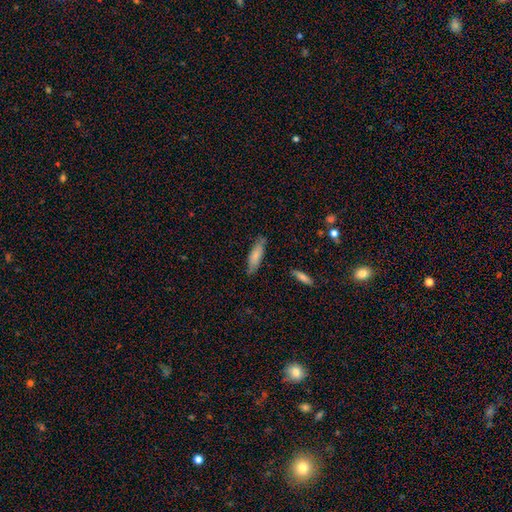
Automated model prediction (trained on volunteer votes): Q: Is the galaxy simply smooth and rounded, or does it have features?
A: smooth — 76%.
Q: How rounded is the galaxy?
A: cigar-shaped — 51%.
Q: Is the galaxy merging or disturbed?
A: none — 75%.